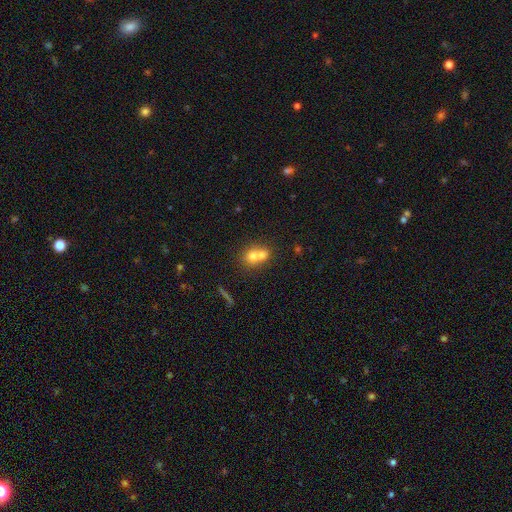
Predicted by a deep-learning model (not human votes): Q: Smooth or featured?
A: smooth (67%); runner-up: featured or disk (22%)
Q: How rounded?
A: round (71%); runner-up: in between (28%)
Q: Merging?
A: merger (67%); runner-up: none (26%)